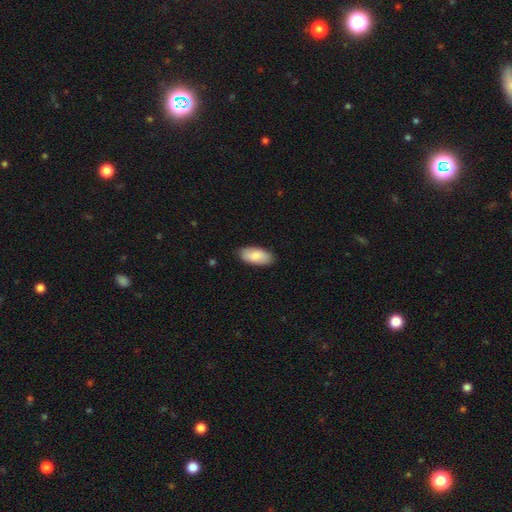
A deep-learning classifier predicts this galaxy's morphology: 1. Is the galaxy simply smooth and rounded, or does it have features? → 85% smooth, 10% featured or disk, 5% star or artifact.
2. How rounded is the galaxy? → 93% in between, 6% cigar-shaped, 2% round.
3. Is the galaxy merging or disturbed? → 87% none, 10% minor disturbance, 2% major disturbance, 1% merger.